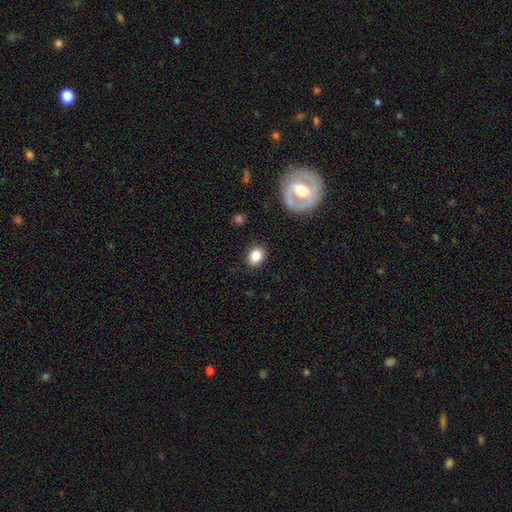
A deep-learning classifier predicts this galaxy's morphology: type=smooth (84%); roundness=round (50%); merging=none (88%).